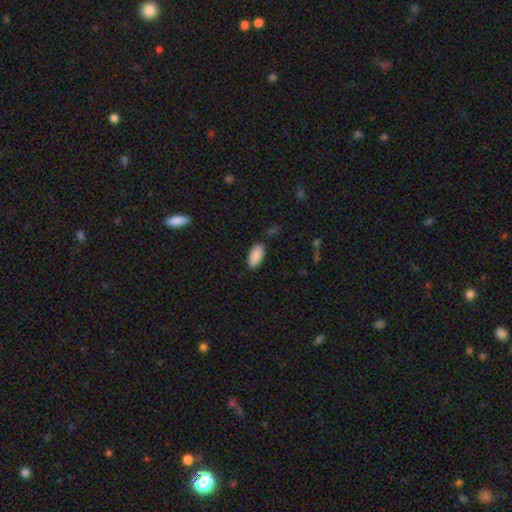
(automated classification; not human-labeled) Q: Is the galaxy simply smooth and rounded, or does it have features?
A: smooth — 90%.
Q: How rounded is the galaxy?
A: in between — 91%.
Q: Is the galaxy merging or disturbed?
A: none — 85%.